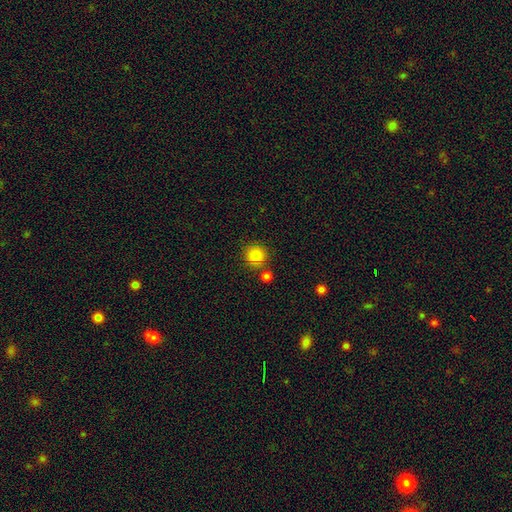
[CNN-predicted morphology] Smooth or featured? Predicted: smooth (p=0.84). How rounded? Predicted: round (p=0.93). Merging? Predicted: none (p=0.78).